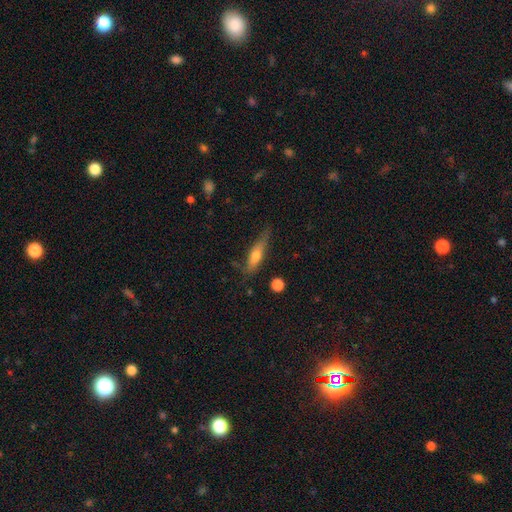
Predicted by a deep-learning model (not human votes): Morphology: type=smooth (53%); roundness=cigar-shaped (71%); merging=none (65%).